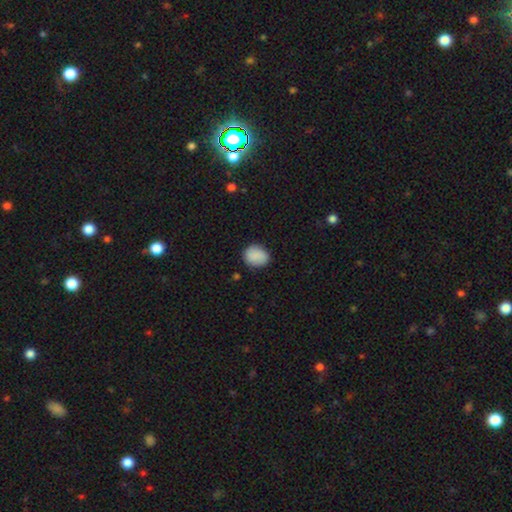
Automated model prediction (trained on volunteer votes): Smooth or featured: smooth — 87% (star or artifact — 8%)
How rounded: round — 63% (in between — 36%)
Merging: none — 82% (minor disturbance — 13%)